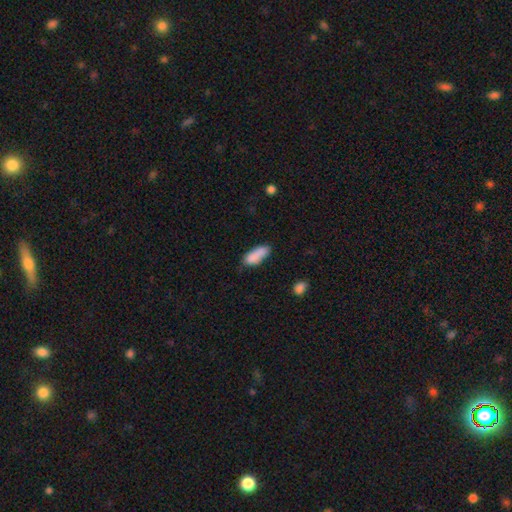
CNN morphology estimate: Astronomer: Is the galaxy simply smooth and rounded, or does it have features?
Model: smooth — 86%.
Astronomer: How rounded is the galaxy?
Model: in between — 71%.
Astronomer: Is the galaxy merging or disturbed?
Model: none — 64%.